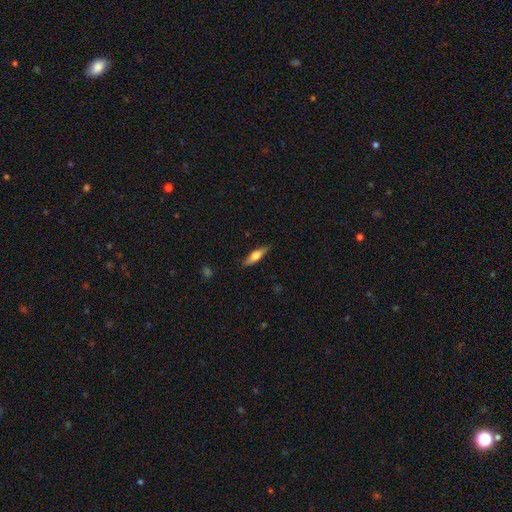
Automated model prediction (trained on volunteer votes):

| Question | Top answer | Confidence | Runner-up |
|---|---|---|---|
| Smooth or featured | smooth | 53% | featured or disk (41%) |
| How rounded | cigar-shaped | 63% | in between (34%) |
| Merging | none | 84% | minor disturbance (12%) |